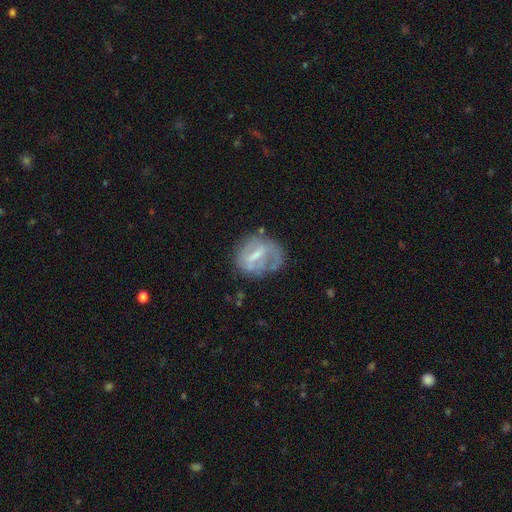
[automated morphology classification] Smooth or featured? Predicted: featured or disk (p=0.61). Edge-on disk? Predicted: no (p=0.95). Bar? Predicted: weak (p=0.43). Spiral arms? Predicted: no (p=0.57). Bulge size? Predicted: small (p=0.37). Merging? Predicted: none (p=0.50).